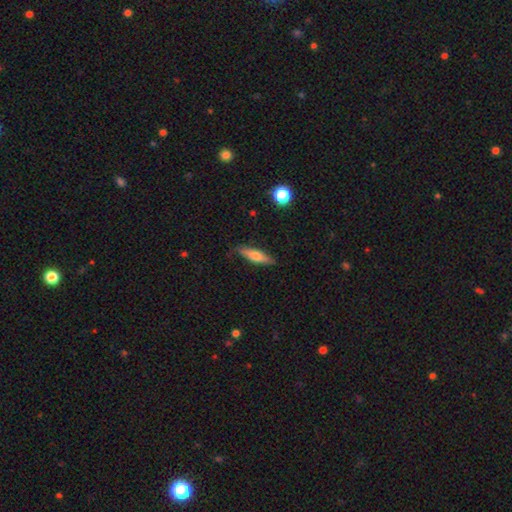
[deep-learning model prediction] Smooth or featured: smooth — 61% (featured or disk — 33%)
How rounded: cigar-shaped — 64% (in between — 34%)
Merging: none — 79% (minor disturbance — 17%)